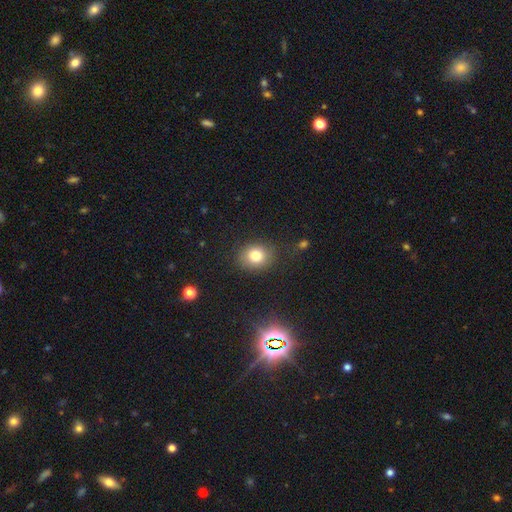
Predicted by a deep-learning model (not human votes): This appears to be a smooth galaxy with no disk features (79%) that is round (59%). Merging: none (82%).